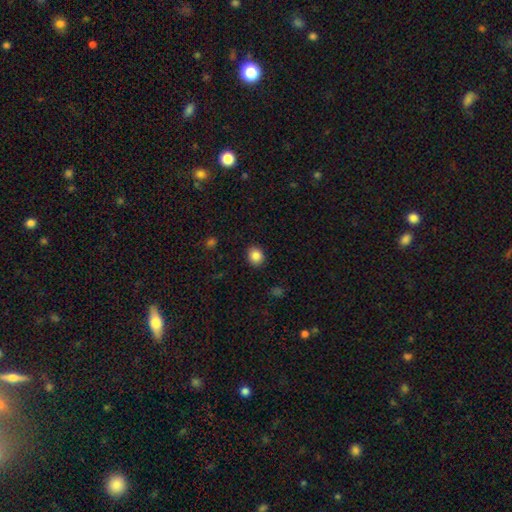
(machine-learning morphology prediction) This appears to be a smooth galaxy with no disk features (86%) that is round (71%). Merging: none (90%).